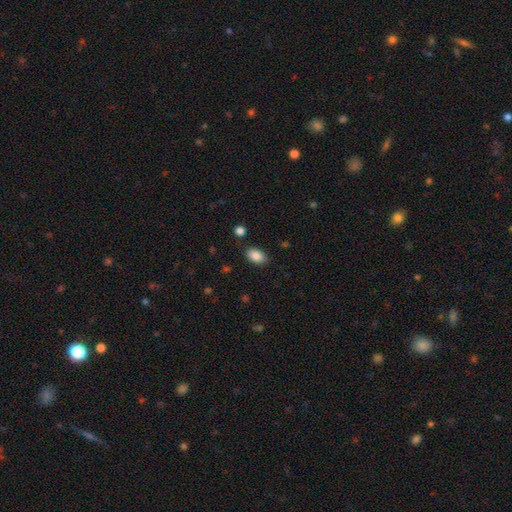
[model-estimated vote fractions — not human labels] This is clearly a smooth galaxy (87%). How rounded: clearly in between (90%). Merging: clearly none (84%).